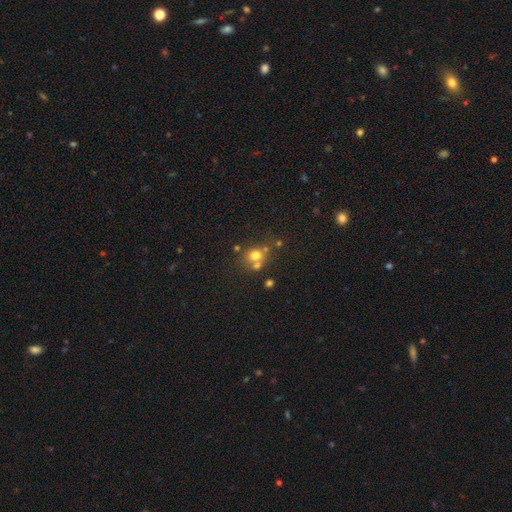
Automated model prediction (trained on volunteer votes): A smooth galaxy with no disk features (69%) that is round (72%).

Vote fractions:
- Smooth or featured? smooth: 69% / star or artifact: 16% / featured or disk: 14%
- How rounded? round: 72% / in between: 27% / cigar-shaped: 1%
- Merging? none: 49% / merger: 36% / minor disturbance: 11% / major disturbance: 5%